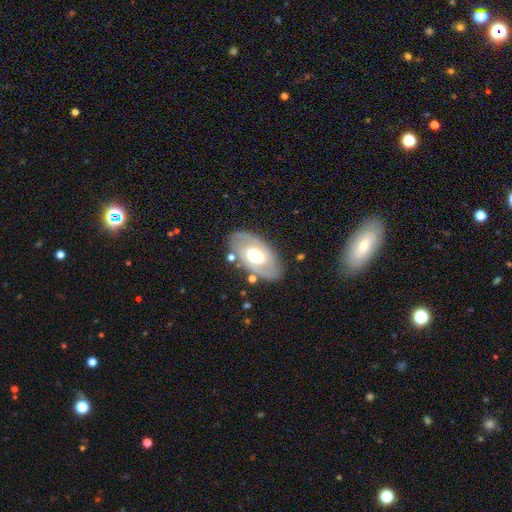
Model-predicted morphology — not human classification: type=featured or disk (64%); edge-on=no (91%); bar=no (71%); spiral arms=no (53%); bulge=moderate (61%); merging=none (79%).